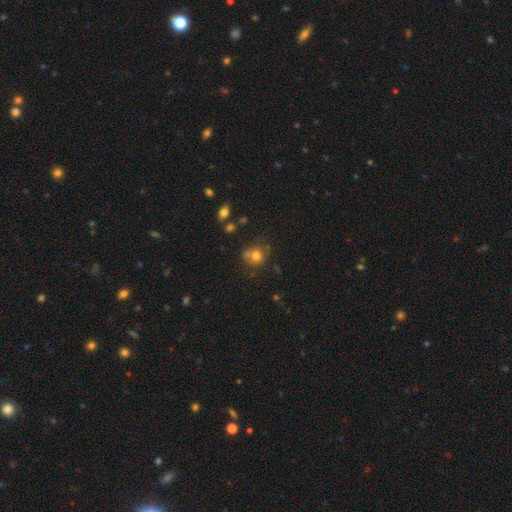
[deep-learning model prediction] smooth 72%, featured or disk 15%, star or artifact 13%. Down the decision tree: how rounded — round (78%); merging — none (53%).